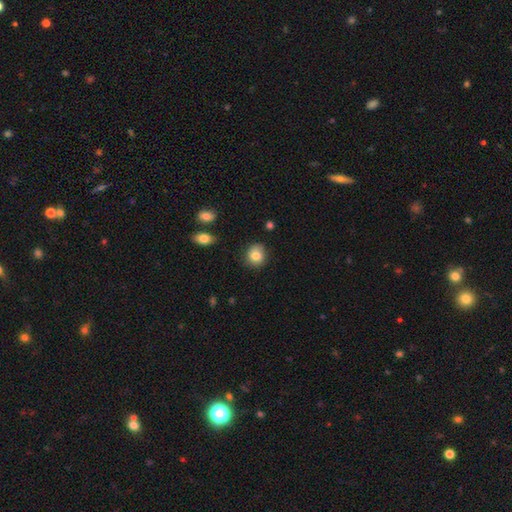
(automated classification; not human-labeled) Smooth or featured? Predicted: smooth (p=0.82). How rounded? Predicted: round (p=0.76). Merging? Predicted: none (p=0.81).